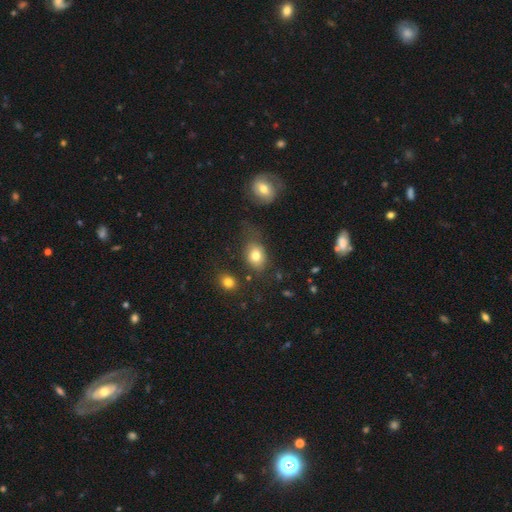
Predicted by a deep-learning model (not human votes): Smooth or featured? smooth (78%)
How rounded? in between (64%)
Merging? none (60%)